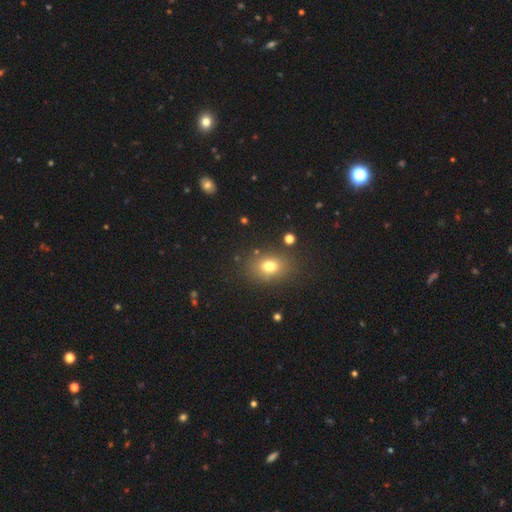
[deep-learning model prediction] Smooth or featured? Predicted: smooth (p=0.62). How rounded? Predicted: in between (p=0.51). Merging? Predicted: none (p=0.85).